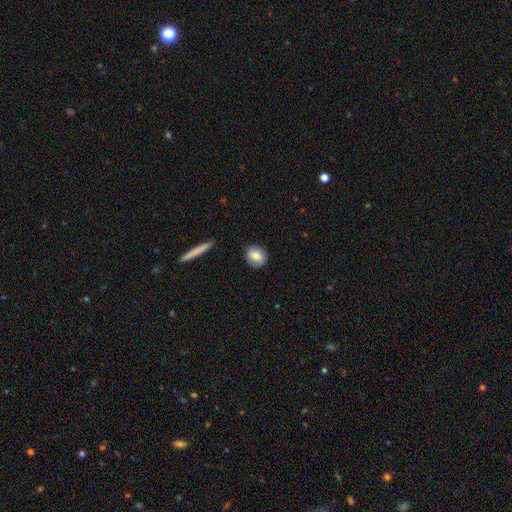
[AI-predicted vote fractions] Morphology: type=smooth (80%); roundness=round (70%); merging=none (87%).